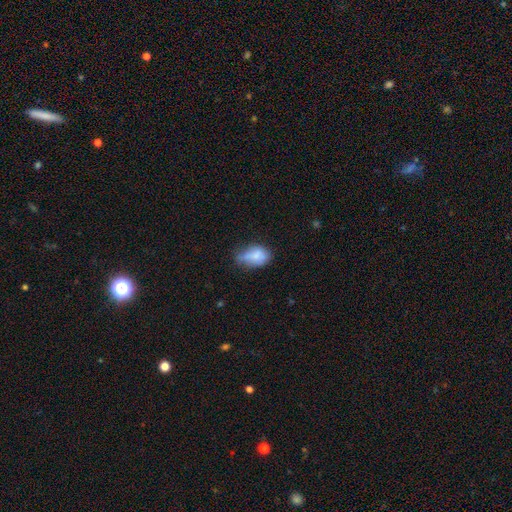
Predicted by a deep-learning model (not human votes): smooth-or-featured: smooth: 71% | featured or disk: 19% | star or artifact: 10%
  how-rounded: in between: 85% | round: 11% | cigar-shaped: 4%
  merging: minor disturbance: 41% | none: 33% | major disturbance: 19% | merger: 7%